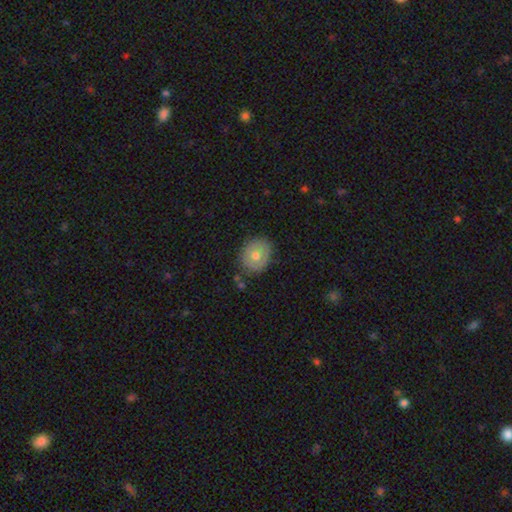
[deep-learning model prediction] Smooth or featured? smooth (65%)
How rounded? round (67%)
Merging? none (81%)